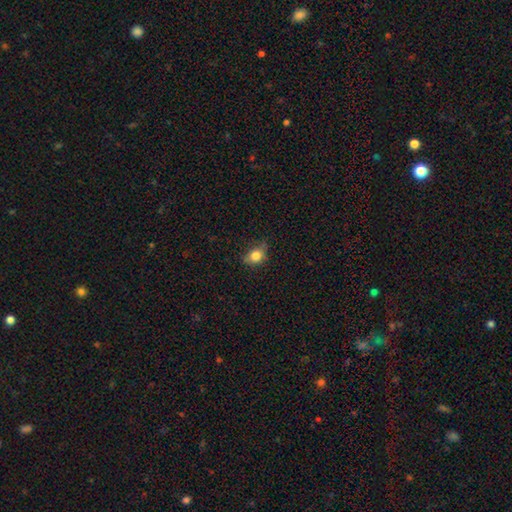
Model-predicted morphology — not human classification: A smooth galaxy with no disk features (81%) that is round (56%). Merging: none (58%).